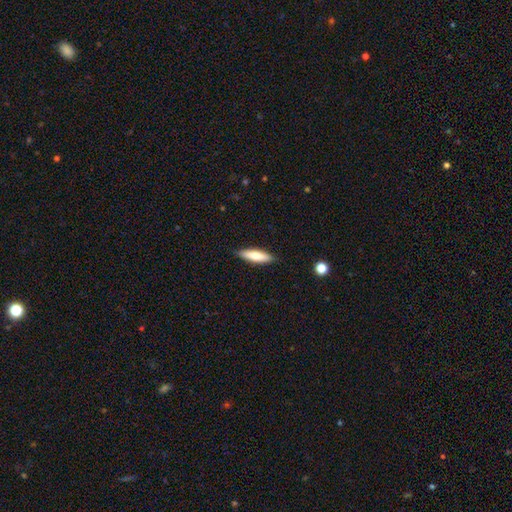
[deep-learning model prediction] This is likely a smooth galaxy (72%). How rounded: likely cigar-shaped (66%). Merging: clearly none (88%).